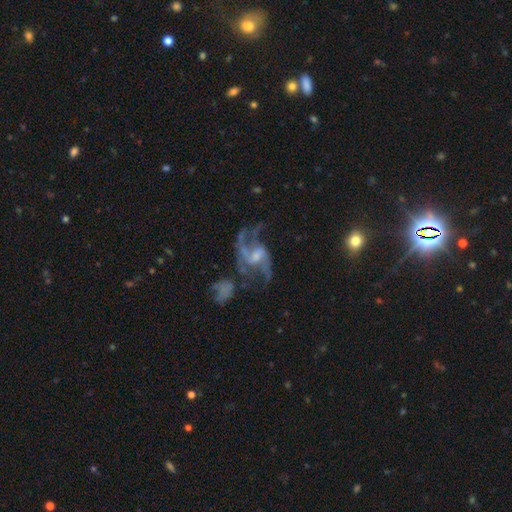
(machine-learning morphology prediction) Smooth or featured? Predicted: featured or disk (p=0.84). Edge-on disk? Predicted: no (p=0.97). Bar? Predicted: weak (p=0.50). Spiral arms? Predicted: yes (p=0.91). Spiral winding? Predicted: loose (p=0.58). Spiral arm count? Predicted: 2 (p=0.75). Bulge size? Predicted: small (p=0.45). Merging? Predicted: none (p=0.44).